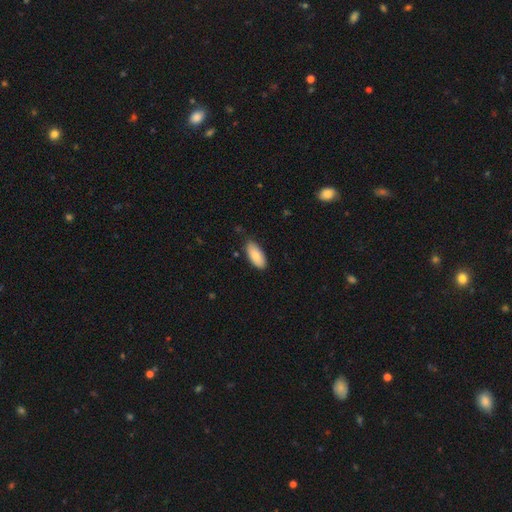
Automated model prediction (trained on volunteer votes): The model was most divided on "merging": none: 81%, minor disturbance: 16%, major disturbance: 2%, merger: 1%. More confident: how rounded — in between (89%); smooth or featured — smooth (85%).